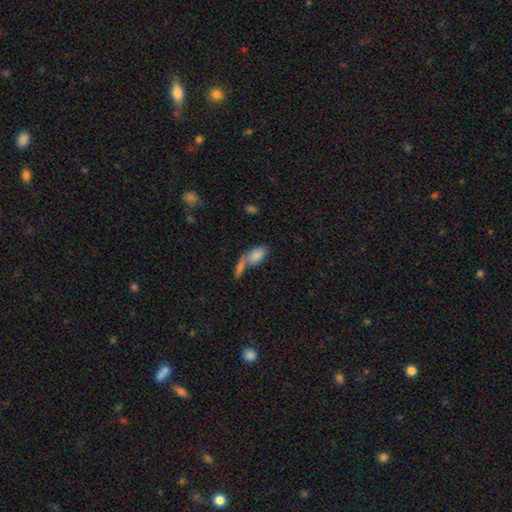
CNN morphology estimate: type=smooth (80%); roundness=in between (89%); merging=merger (54%).